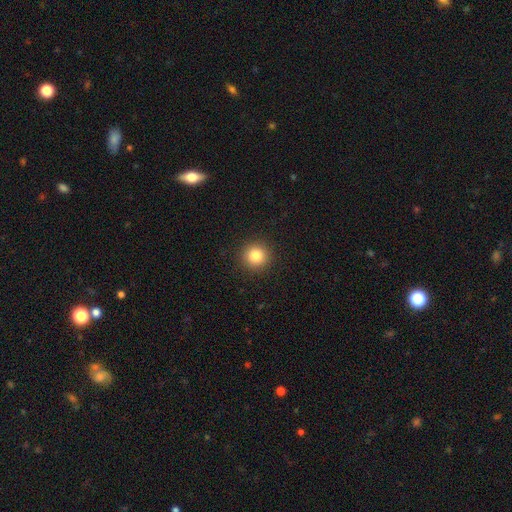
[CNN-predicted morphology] Smooth or featured: smooth — 83% (star or artifact — 12%)
How rounded: round — 95% (in between — 5%)
Merging: none — 92% (minor disturbance — 5%)